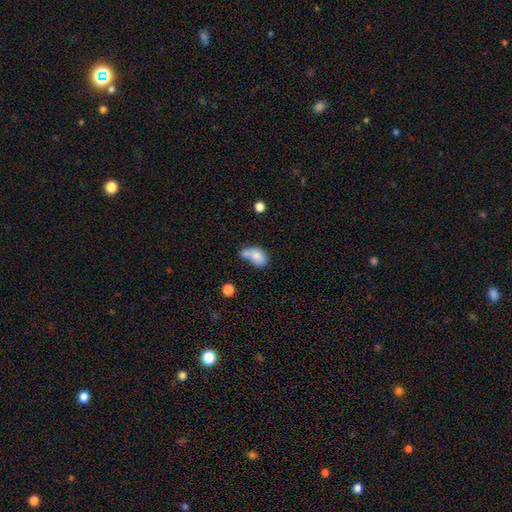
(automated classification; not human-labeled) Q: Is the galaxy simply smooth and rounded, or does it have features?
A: smooth — 76%.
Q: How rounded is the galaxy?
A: in between — 84%.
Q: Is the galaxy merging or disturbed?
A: merger — 42%.